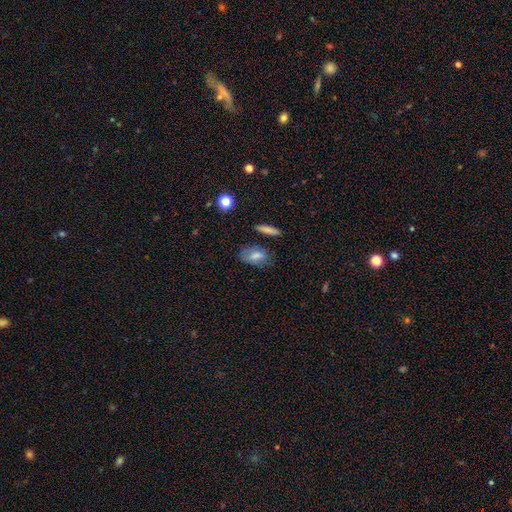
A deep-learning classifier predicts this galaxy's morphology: type=smooth (77%); roundness=in between (87%); merging=none (69%).